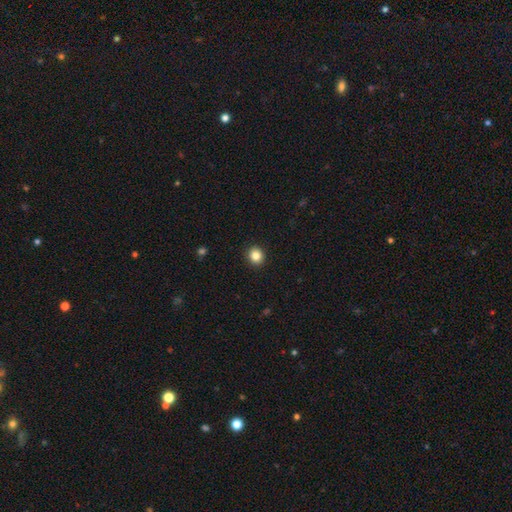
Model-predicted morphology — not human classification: Smooth or featured?
  - smooth: 84% *
  - star or artifact: 11%
  - featured or disk: 5%
How rounded?
  - round: 85% *
  - in between: 14%
  - cigar-shaped: 1%
Merging?
  - none: 92% *
  - minor disturbance: 5%
  - major disturbance: 2%
  - merger: 1%